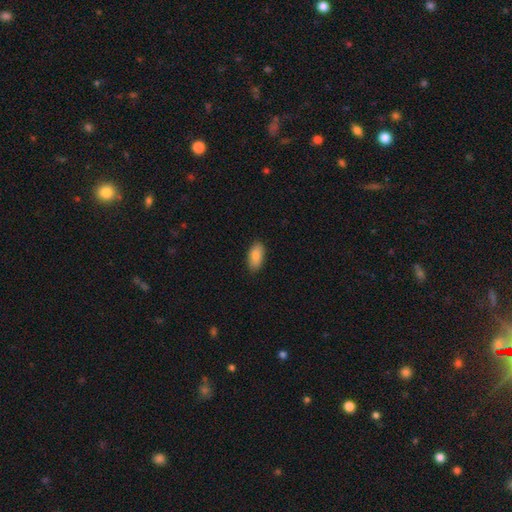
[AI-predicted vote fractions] Smooth or featured: smooth — 89% (star or artifact — 6%)
How rounded: in between — 92% (cigar-shaped — 6%)
Merging: none — 85% (minor disturbance — 11%)